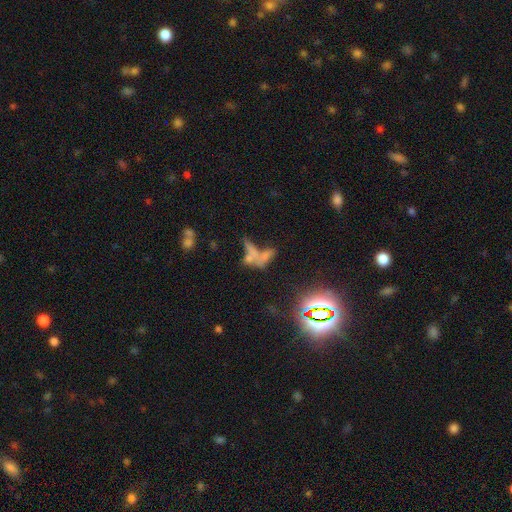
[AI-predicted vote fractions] Smooth or featured? Predicted: smooth (p=0.45). Merging? Predicted: merger (p=0.52).